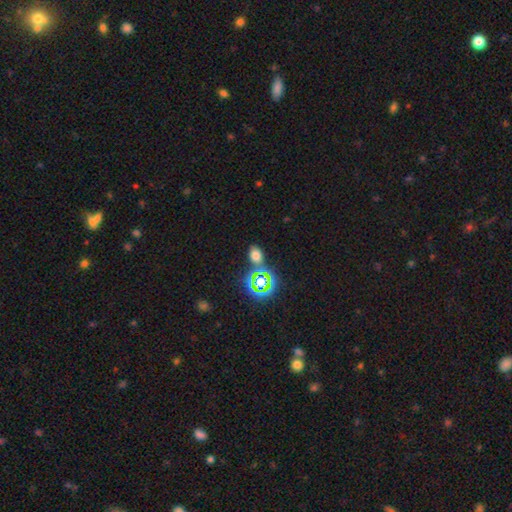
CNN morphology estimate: Smooth or featured?
  - smooth: 64% *
  - star or artifact: 28%
  - featured or disk: 8%
How rounded?
  - in between: 74% *
  - round: 24%
  - cigar-shaped: 2%
Merging?
  - none: 72% *
  - minor disturbance: 12%
  - merger: 12%
  - major disturbance: 4%